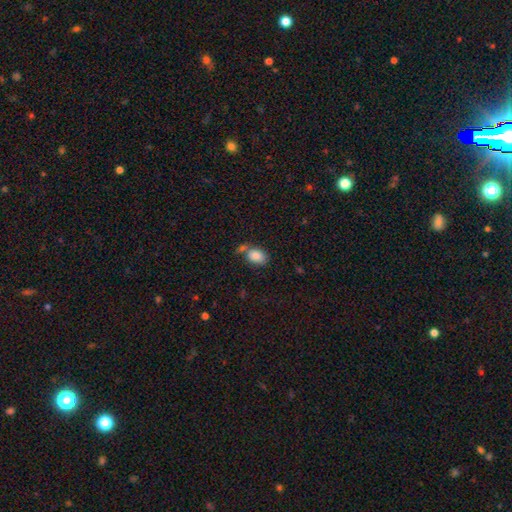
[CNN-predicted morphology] Smooth or featured: smooth — 85% (star or artifact — 8%)
How rounded: in between — 81% (round — 18%)
Merging: none — 55% (merger — 23%)